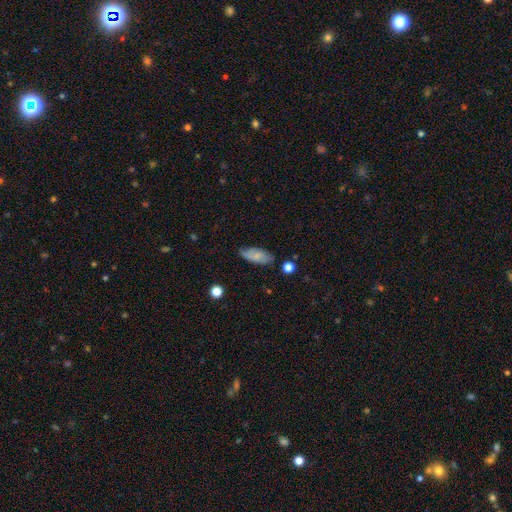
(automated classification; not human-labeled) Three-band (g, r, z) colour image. It shows a smooth galaxy with no disk features (60%) that is in between round and cigar-shaped (85%). Merging: none (75%).